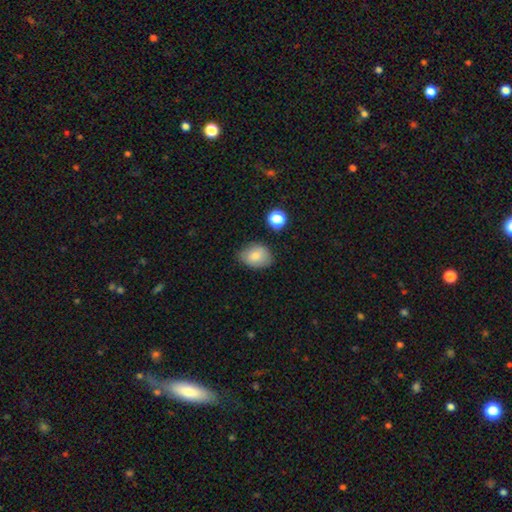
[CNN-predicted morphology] This appears to be a smooth galaxy with no disk features (78%) that is in between round and cigar-shaped (68%). Merging: none (72%).